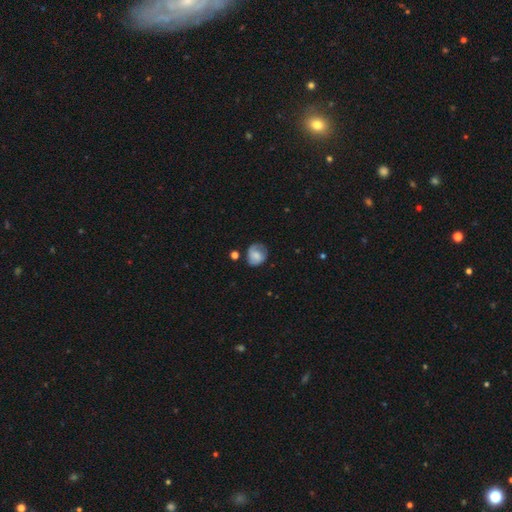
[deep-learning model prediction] This appears to be a smooth galaxy with no disk features (69%) that is round (71%). Merging: none (58%).